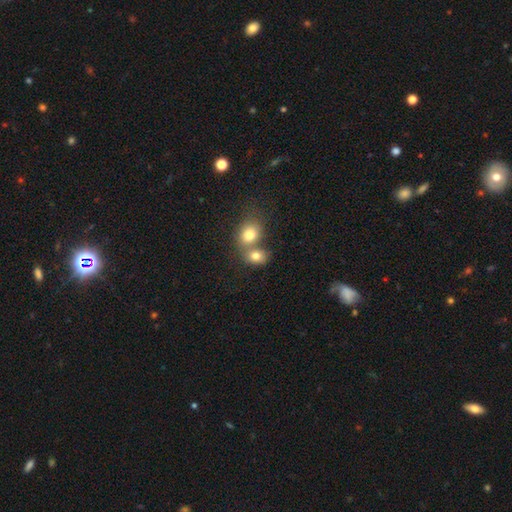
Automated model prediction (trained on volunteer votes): smooth-or-featured: smooth: 78% | star or artifact: 11% | featured or disk: 11%
  how-rounded: round: 53% | in between: 45% | cigar-shaped: 1%
  merging: merger: 58% | none: 32% | minor disturbance: 7% | major disturbance: 3%